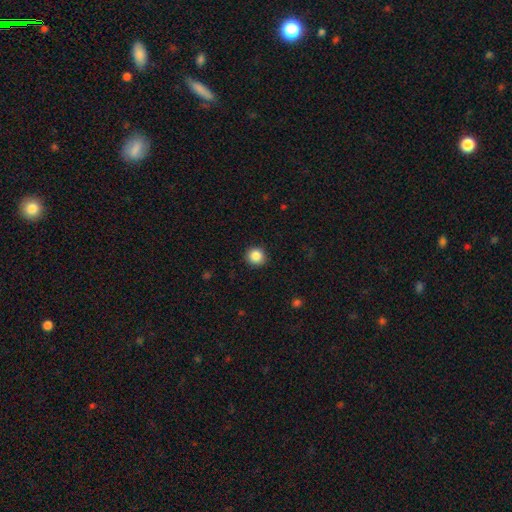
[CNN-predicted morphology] Smooth or featured?
  - smooth: 87% *
  - star or artifact: 10%
  - featured or disk: 4%
How rounded?
  - round: 93% *
  - in between: 6%
  - cigar-shaped: 1%
Merging?
  - none: 92% *
  - minor disturbance: 6%
  - major disturbance: 2%
  - merger: 1%